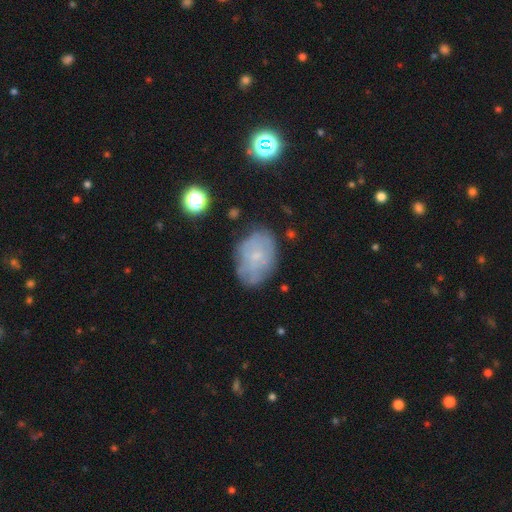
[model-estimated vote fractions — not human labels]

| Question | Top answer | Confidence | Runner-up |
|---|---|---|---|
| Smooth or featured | featured or disk | 49% | smooth (40%) |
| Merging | none | 69% | minor disturbance (21%) |